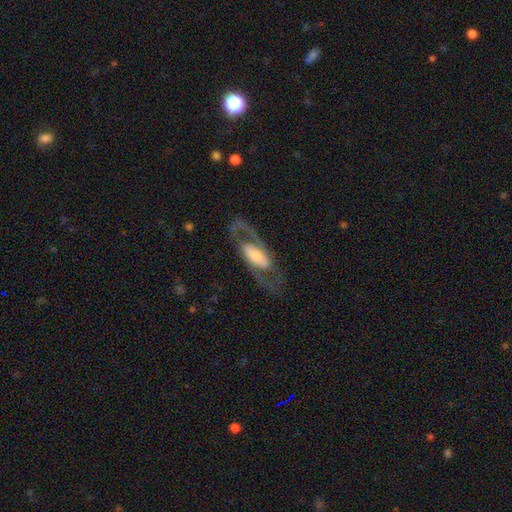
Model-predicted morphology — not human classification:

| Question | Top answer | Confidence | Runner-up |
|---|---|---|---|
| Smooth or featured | featured or disk | 77% | smooth (18%) |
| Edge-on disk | no | 88% | yes (12%) |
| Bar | no | 39% | weak (31%) |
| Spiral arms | yes | 78% | no (22%) |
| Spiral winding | medium | 52% | loose (27%) |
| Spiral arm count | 2 | 86% | can't tell (7%) |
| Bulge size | moderate | 43% | small (27%) |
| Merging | none | 73% | major disturbance (13%) |